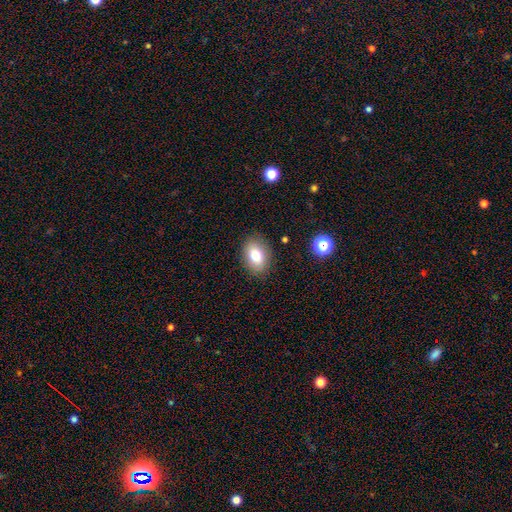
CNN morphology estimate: A smooth galaxy with no disk features (76%) that is in between round and cigar-shaped (73%).

Vote fractions:
- Smooth or featured? smooth: 76% / featured or disk: 14% / star or artifact: 10%
- How rounded? in between: 73% / round: 26% / cigar-shaped: 1%
- Merging? none: 86% / minor disturbance: 10% / major disturbance: 3% / merger: 1%